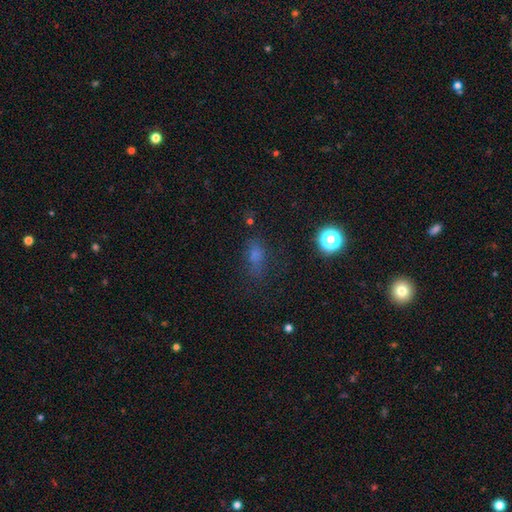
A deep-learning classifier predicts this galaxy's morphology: The model was most divided on "smooth or featured": smooth: 63%, star or artifact: 25%, featured or disk: 12%. More confident: how rounded — in between (68%); merging — none (63%).